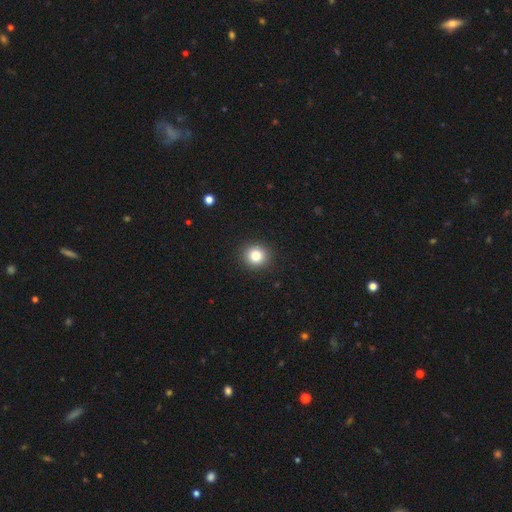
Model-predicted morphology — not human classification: This appears to be a smooth galaxy with no disk features (83%) that is round (91%). Merging: none (92%).